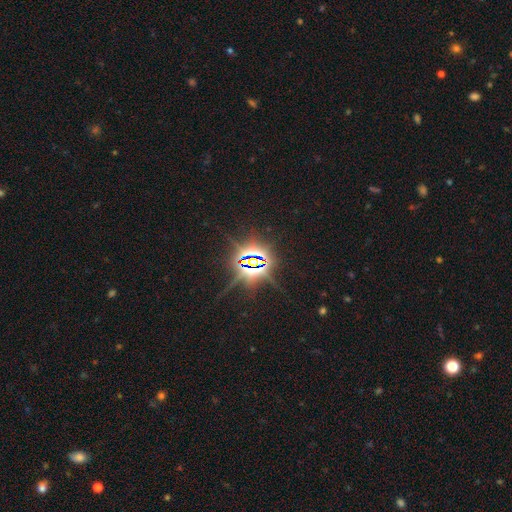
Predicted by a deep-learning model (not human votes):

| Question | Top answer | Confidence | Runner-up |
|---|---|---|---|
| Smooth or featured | star or artifact | 85% | featured or disk (8%) |